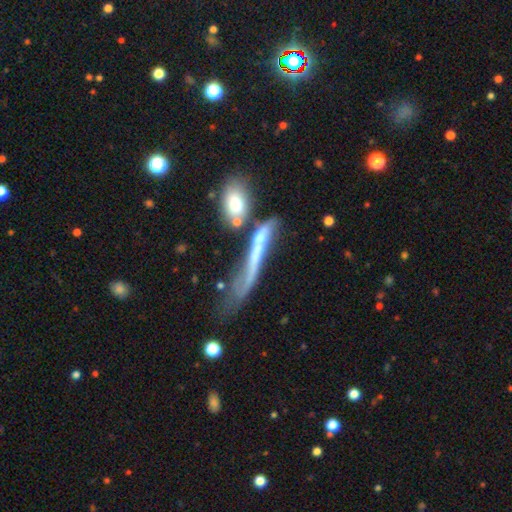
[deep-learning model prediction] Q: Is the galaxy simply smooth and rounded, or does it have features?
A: featured or disk — 49%.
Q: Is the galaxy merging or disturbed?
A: merger — 32%.